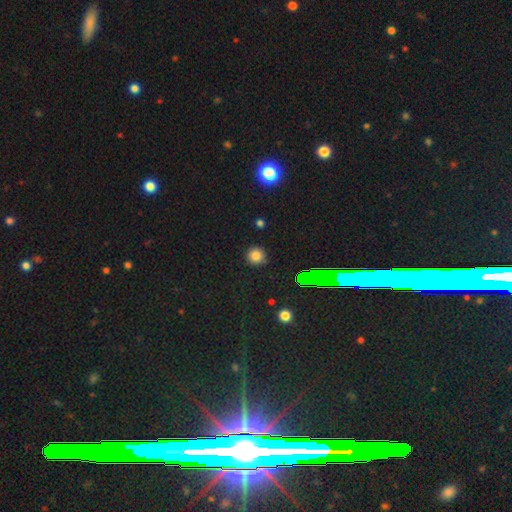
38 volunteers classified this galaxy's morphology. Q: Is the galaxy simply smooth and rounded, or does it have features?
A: smooth — 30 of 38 (79%).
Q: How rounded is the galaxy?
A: round — 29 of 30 (97%).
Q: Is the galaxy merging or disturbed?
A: none — 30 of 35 (86%).